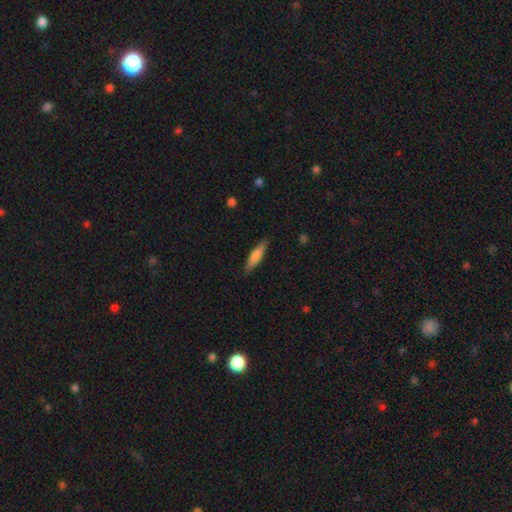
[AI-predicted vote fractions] This is likely a smooth galaxy (69%). How rounded: likely cigar-shaped (78%). Merging: clearly none (88%).